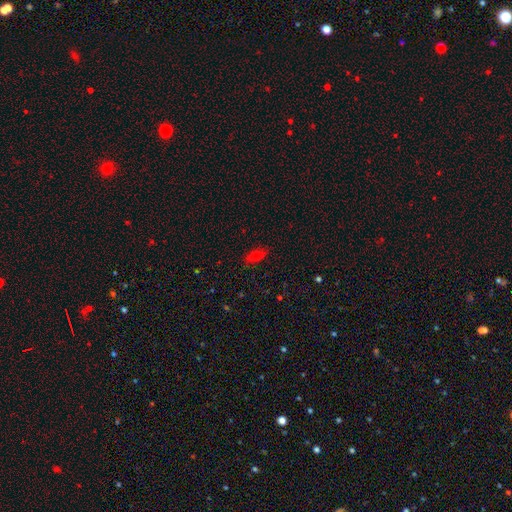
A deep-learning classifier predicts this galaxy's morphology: type=smooth (67%); roundness=in between (76%); merging=none (83%).